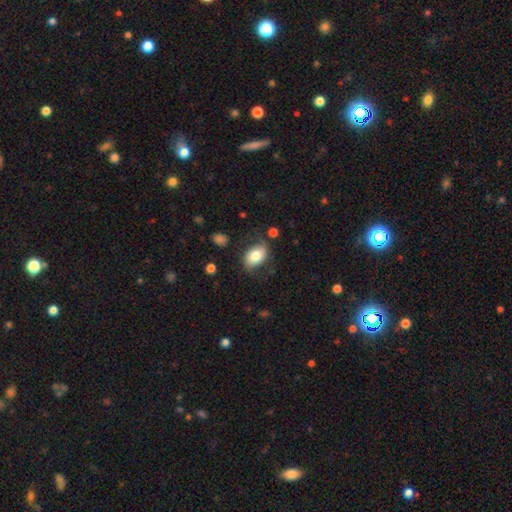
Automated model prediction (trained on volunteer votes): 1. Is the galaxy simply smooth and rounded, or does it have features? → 74% smooth, 19% featured or disk, 7% star or artifact.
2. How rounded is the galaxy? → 88% in between, 11% round, 1% cigar-shaped.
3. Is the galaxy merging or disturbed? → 72% none, 19% minor disturbance, 6% major disturbance, 2% merger.